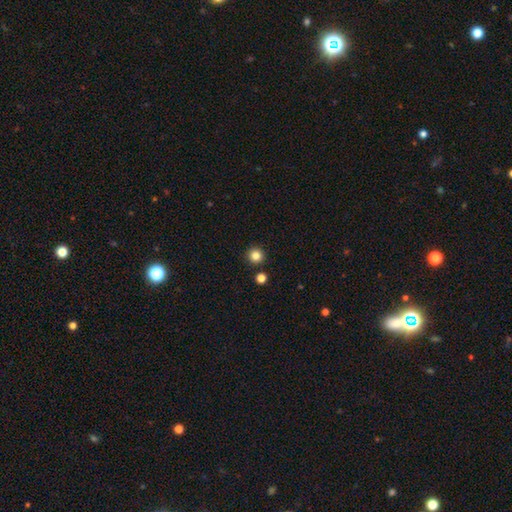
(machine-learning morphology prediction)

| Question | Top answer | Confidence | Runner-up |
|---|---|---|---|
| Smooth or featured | smooth | 84% | star or artifact (12%) |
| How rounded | round | 96% | in between (4%) |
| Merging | none | 91% | minor disturbance (5%) |